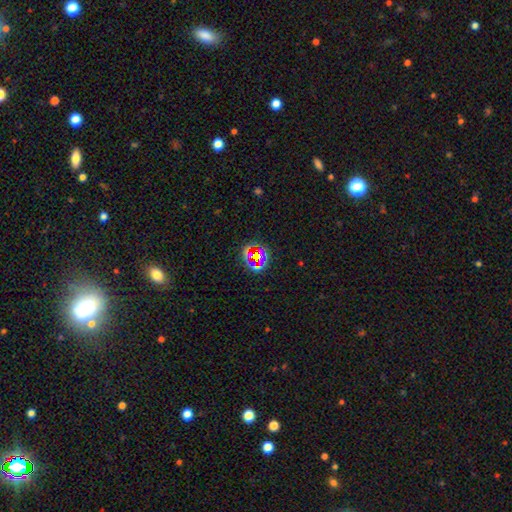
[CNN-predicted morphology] The model was most divided on "smooth or featured": star or artifact: 52%, smooth: 30%, featured or disk: 18%.